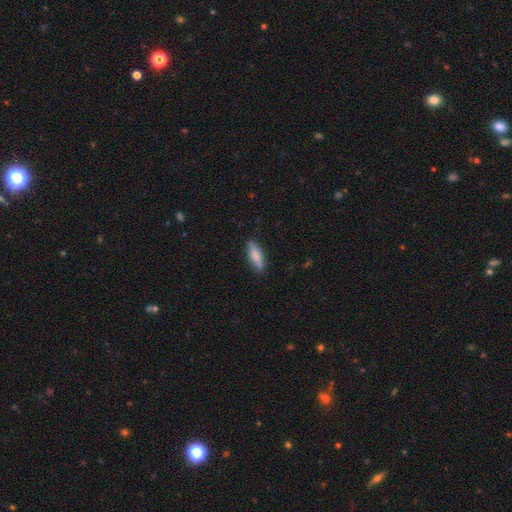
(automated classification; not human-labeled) A smooth galaxy with no disk features (80%) that is cigar-shaped (58%). Merging: none (88%).